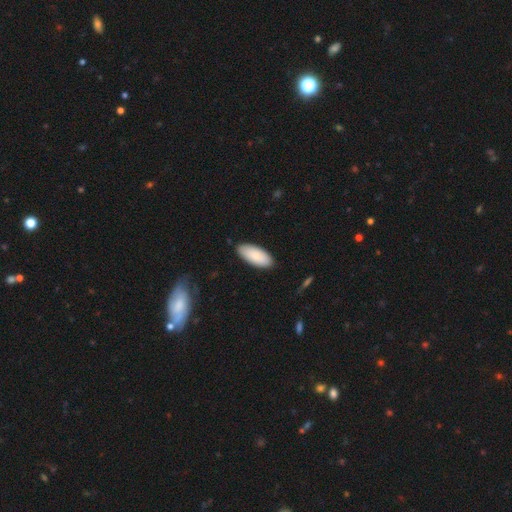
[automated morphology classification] Smooth or featured? Predicted: smooth (p=0.86). How rounded? Predicted: in between (p=0.88). Merging? Predicted: none (p=0.87).